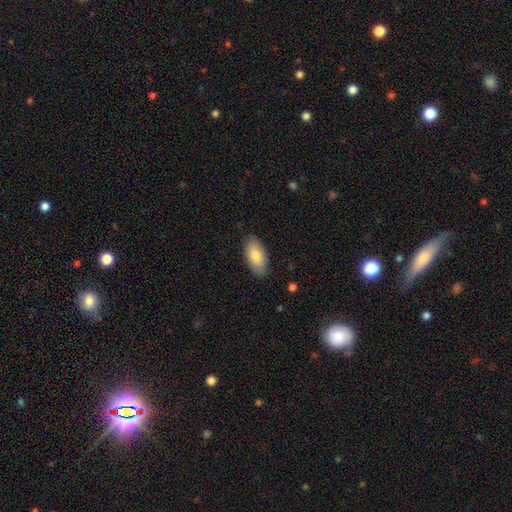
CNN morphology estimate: Smooth or featured? smooth (83%)
How rounded? in between (91%)
Merging? none (86%)